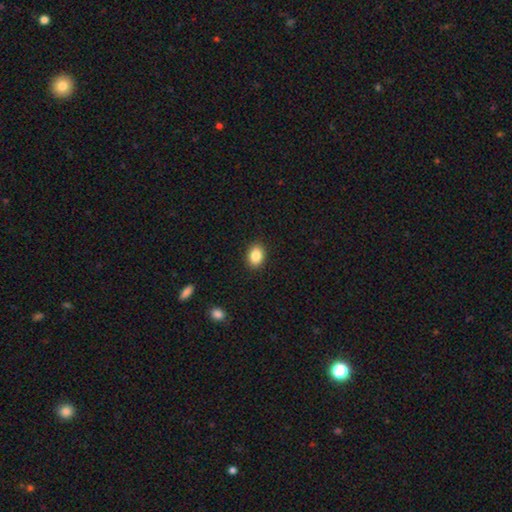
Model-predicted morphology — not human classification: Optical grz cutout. It shows a smooth galaxy with no disk features (86%) that is in between round and cigar-shaped (69%). Merging: none (90%).